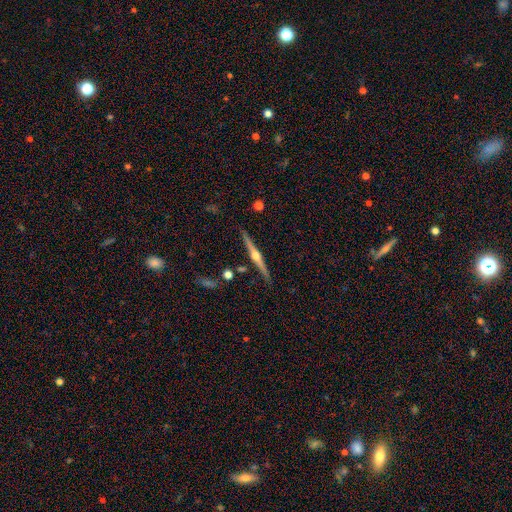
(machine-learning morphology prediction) Smooth or featured? featured or disk (82%)
Edge-on disk? yes (98%)
Edge-on bulge? rounded (95%)
Merging? none (89%)